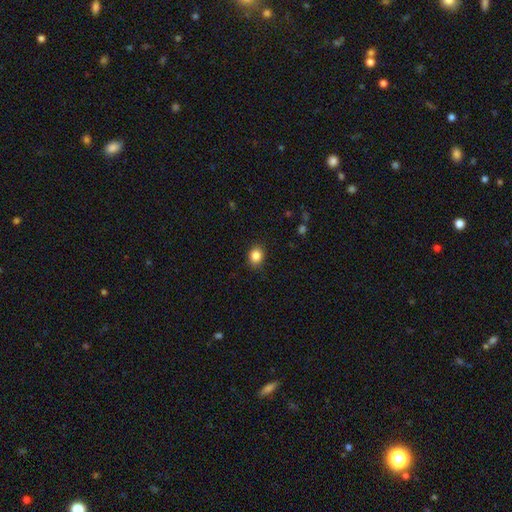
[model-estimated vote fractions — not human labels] smooth-or-featured: smooth: 85% | star or artifact: 10% | featured or disk: 5%
  how-rounded: round: 58% | in between: 41% | cigar-shaped: 1%
  merging: none: 87% | minor disturbance: 9% | major disturbance: 2% | merger: 1%